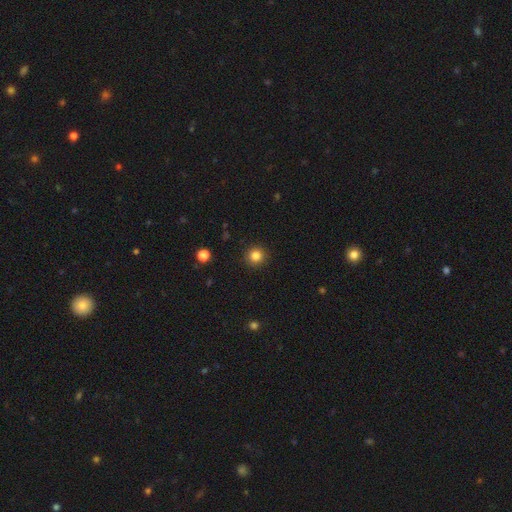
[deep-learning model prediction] Overall: smooth (83%). How rounded: round (94%). Merging: none (92%).